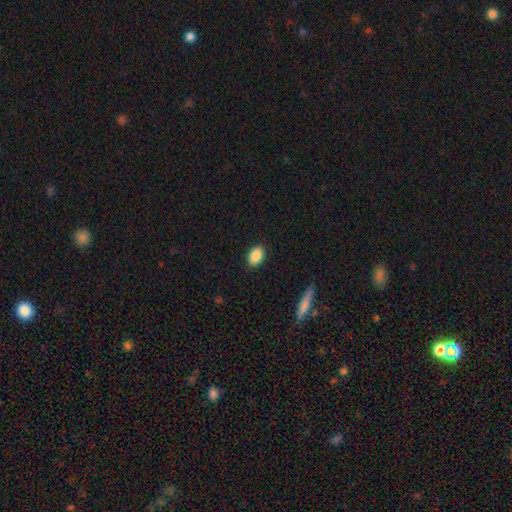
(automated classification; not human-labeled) Q: Smooth or featured?
A: smooth (89%); runner-up: star or artifact (7%)
Q: How rounded?
A: in between (87%); runner-up: round (11%)
Q: Merging?
A: none (88%); runner-up: minor disturbance (9%)